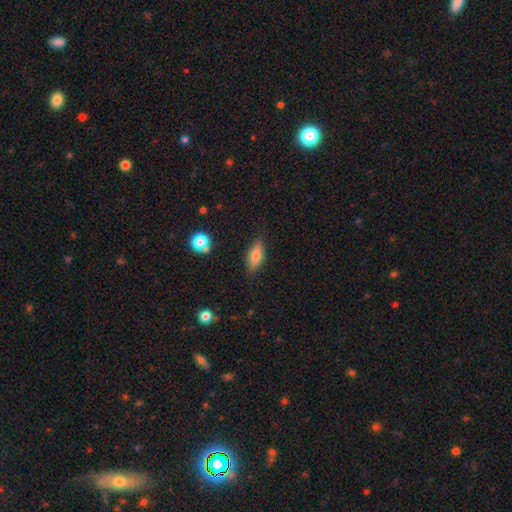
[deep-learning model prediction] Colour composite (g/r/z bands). It shows a smooth galaxy with no disk features (72%) that is in between round and cigar-shaped (75%). Merging: none (80%).